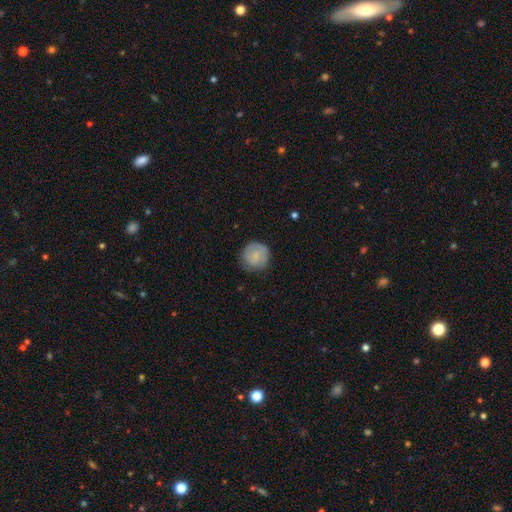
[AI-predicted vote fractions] This appears to be a smooth galaxy with no disk features (74%) that is round (92%). Merging: none (78%).